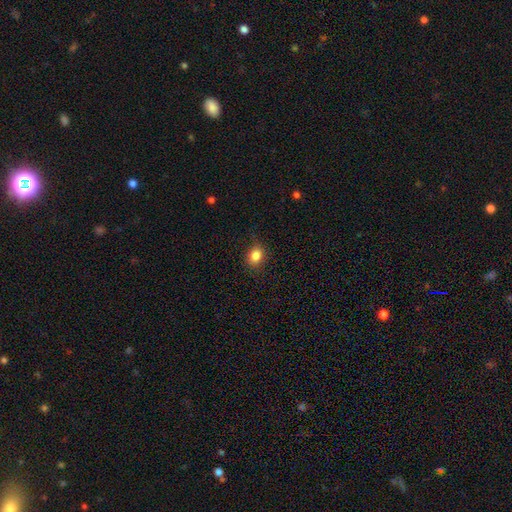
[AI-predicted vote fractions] Smooth or featured?
  - smooth: 85% *
  - star or artifact: 10%
  - featured or disk: 5%
How rounded?
  - round: 59% *
  - in between: 40%
  - cigar-shaped: 1%
Merging?
  - none: 84% *
  - minor disturbance: 12%
  - major disturbance: 3%
  - merger: 1%